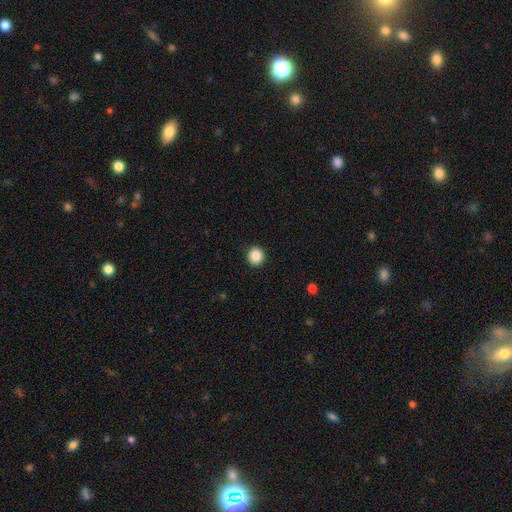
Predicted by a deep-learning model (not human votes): smooth 88%, star or artifact 9%, featured or disk 3%. Down the decision tree: how rounded — round (91%); merging — none (91%).